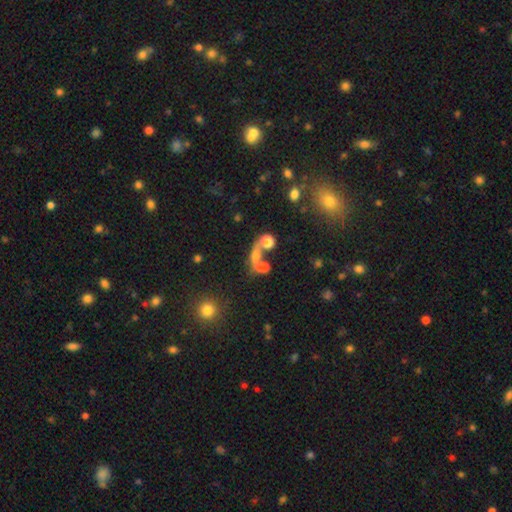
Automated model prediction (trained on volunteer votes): Smooth or featured?
  - smooth: 56% *
  - featured or disk: 23%
  - star or artifact: 21%
How rounded?
  - in between: 48% *
  - round: 34%
  - cigar-shaped: 18%
Merging?
  - merger: 45% *
  - none: 33%
  - major disturbance: 11%
  - minor disturbance: 11%